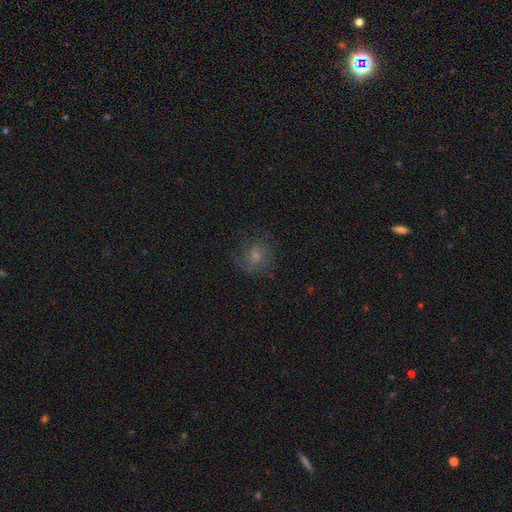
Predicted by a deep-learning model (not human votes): This is possibly a smooth galaxy (56%). How rounded: clearly round (81%). Merging: likely none (71%).